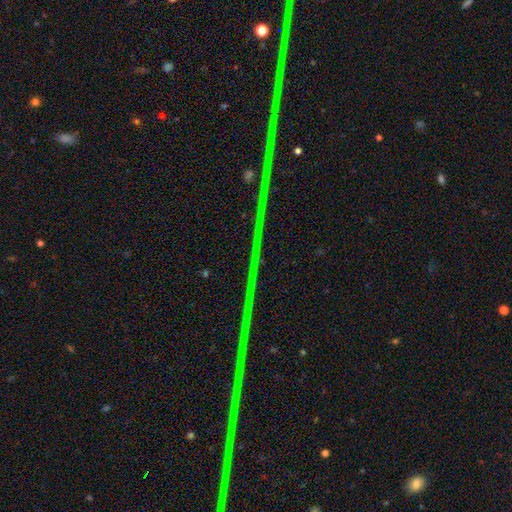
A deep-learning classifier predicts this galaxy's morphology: Q: Smooth or featured?
A: star or artifact (84%); runner-up: featured or disk (11%)